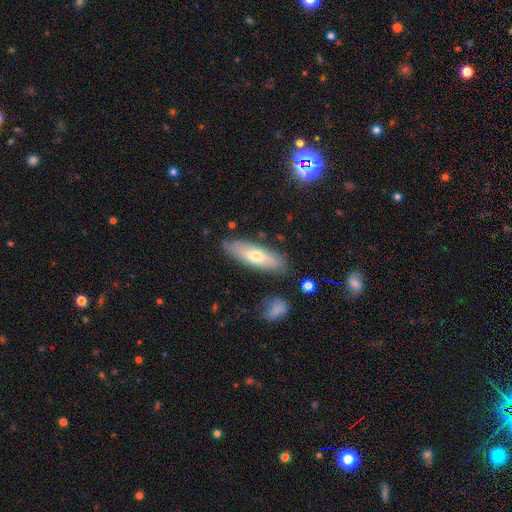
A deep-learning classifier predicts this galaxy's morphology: Smooth or featured? smooth (59%)
How rounded? in between (52%)
Merging? none (82%)